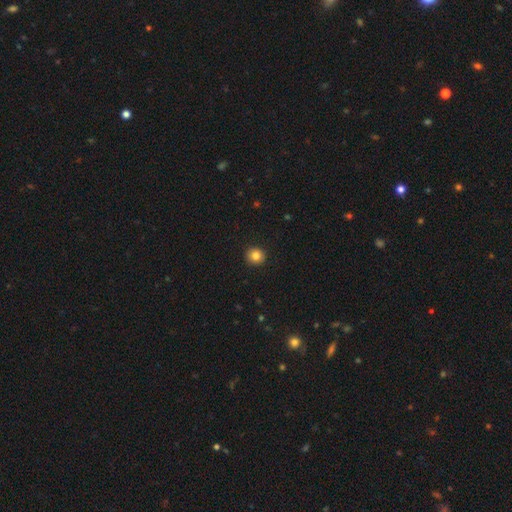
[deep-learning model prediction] Smooth or featured? smooth (84%)
How rounded? round (92%)
Merging? none (93%)